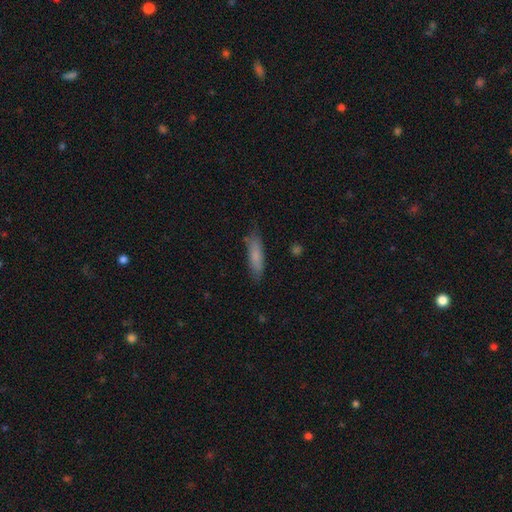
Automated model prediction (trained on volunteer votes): smooth-or-featured: smooth: 76% | featured or disk: 18% | star or artifact: 7%
  how-rounded: cigar-shaped: 74% | in between: 25% | round: 2%
  merging: none: 79% | minor disturbance: 16% | major disturbance: 3% | merger: 2%